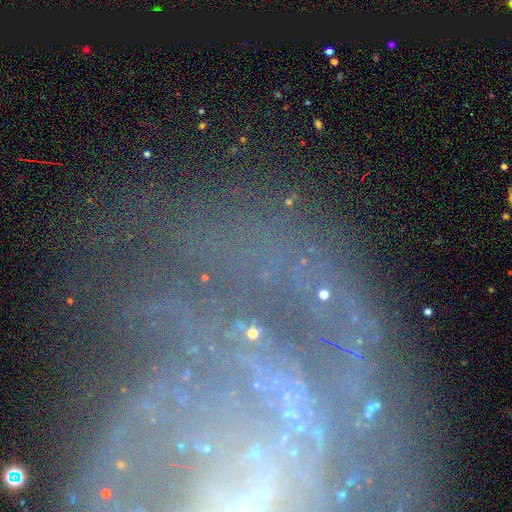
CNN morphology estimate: The model was most divided on "bulge size": small: 41%, none: 27%, moderate: 23%, large: 6%, dominant: 4%. Remaining: edge-on disk — no (91%); smooth or featured — featured or disk (65%); spiral arms — yes (63%); merging — none (56%); bar — no (45%).